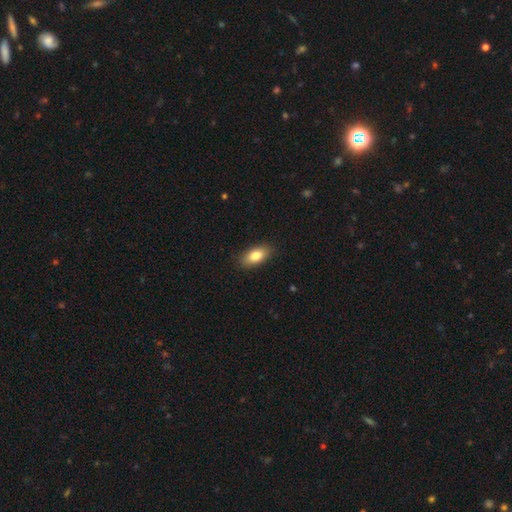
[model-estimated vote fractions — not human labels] smooth_or_featured: smooth (p=0.83) [alt: featured or disk p=0.10]
how_rounded: in between (p=0.89) [alt: cigar-shaped p=0.06]
merging: none (p=0.88) [alt: minor disturbance p=0.09]